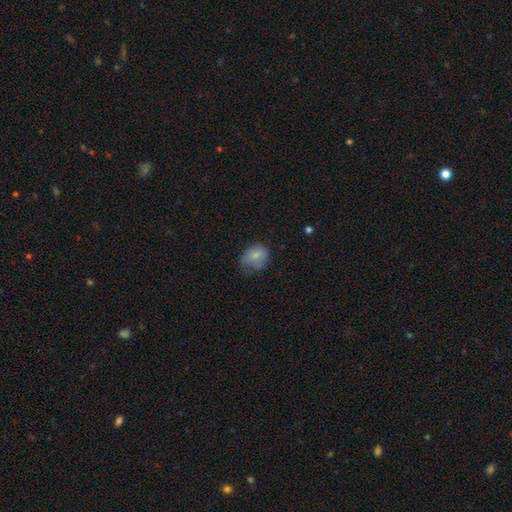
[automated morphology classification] A smooth galaxy with no disk features (74%) that is in between round and cigar-shaped (52%). Merging: minor disturbance (38%).